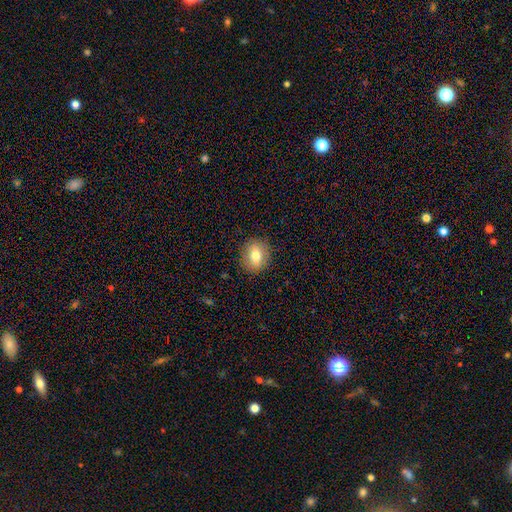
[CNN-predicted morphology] The model was most divided on "how rounded": round: 61%, in between: 37%, cigar-shaped: 2%. More confident: merging — none (87%); smooth or featured — smooth (70%).